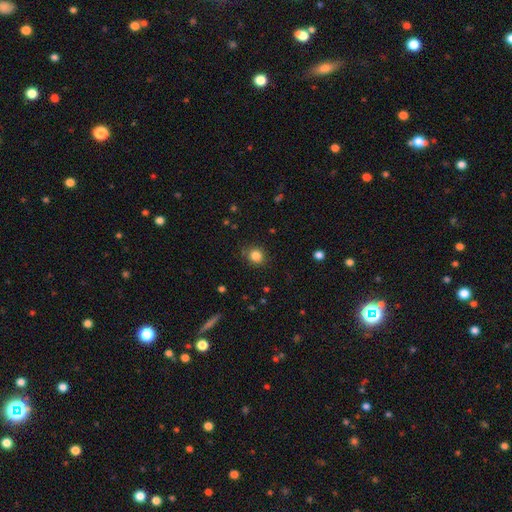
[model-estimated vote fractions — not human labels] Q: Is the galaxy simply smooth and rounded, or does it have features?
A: smooth — 84%.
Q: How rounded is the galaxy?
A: round — 83%.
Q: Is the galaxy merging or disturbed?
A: none — 84%.